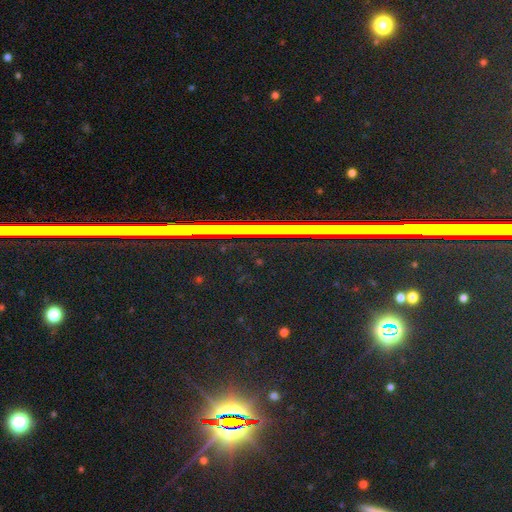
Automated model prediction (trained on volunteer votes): This appears to be a star or artifact, not a galaxy (81%).